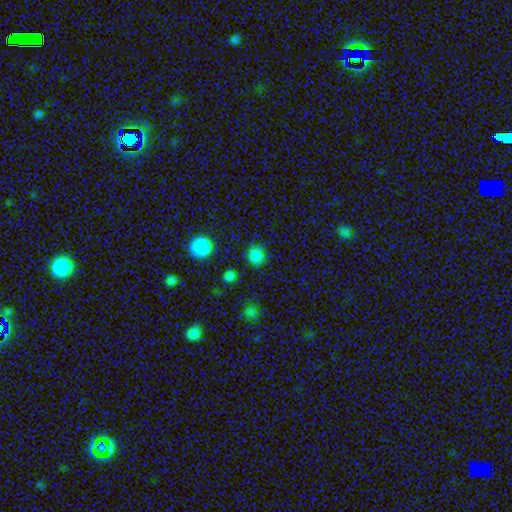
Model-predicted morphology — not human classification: This is likely a smooth galaxy (76%). How rounded: clearly round (88%). Merging: clearly none (87%).